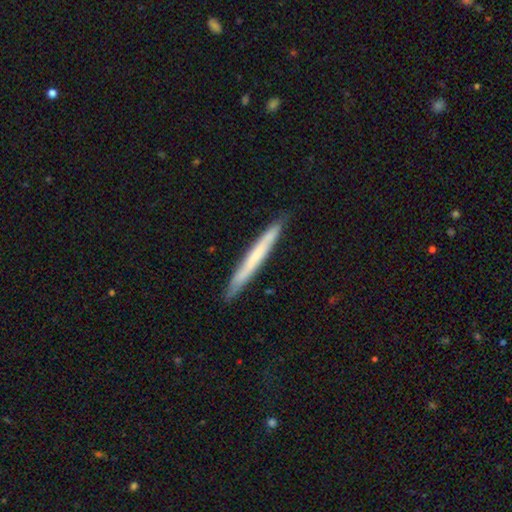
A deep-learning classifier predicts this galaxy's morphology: Overall: smooth (55%; featured or disk 40%). How rounded: cigar-shaped (97%). Merging: none (88%).